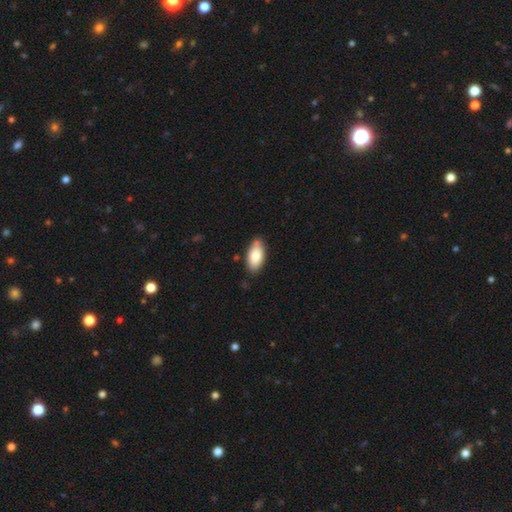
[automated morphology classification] smooth_or_featured: smooth (p=0.83) [alt: featured or disk p=0.10]
how_rounded: in between (p=0.91) [alt: cigar-shaped p=0.06]
merging: none (p=0.77) [alt: minor disturbance p=0.17]